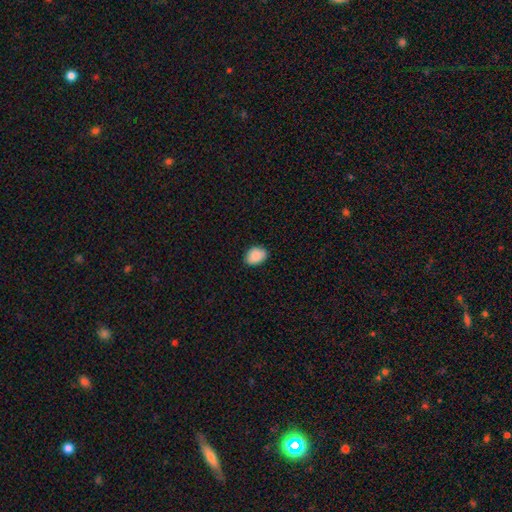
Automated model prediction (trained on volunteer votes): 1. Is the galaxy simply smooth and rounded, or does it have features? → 90% smooth, 7% star or artifact, 4% featured or disk.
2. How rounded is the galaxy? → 74% in between, 25% round, 1% cigar-shaped.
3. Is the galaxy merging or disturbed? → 87% none, 10% minor disturbance, 2% major disturbance, 1% merger.